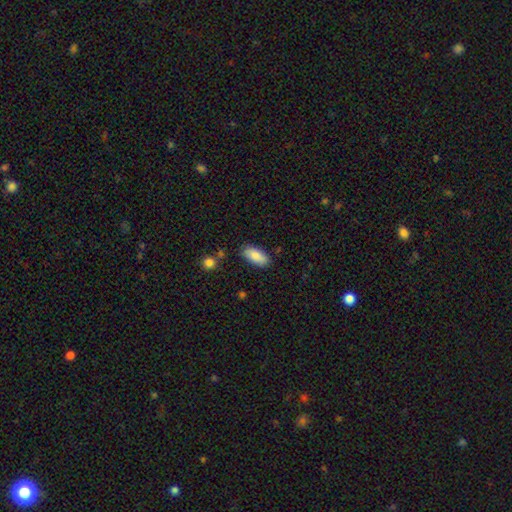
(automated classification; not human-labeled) Q: Smooth or featured?
A: smooth (85%); runner-up: featured or disk (8%)
Q: How rounded?
A: in between (89%); runner-up: cigar-shaped (9%)
Q: Merging?
A: none (82%); runner-up: minor disturbance (13%)